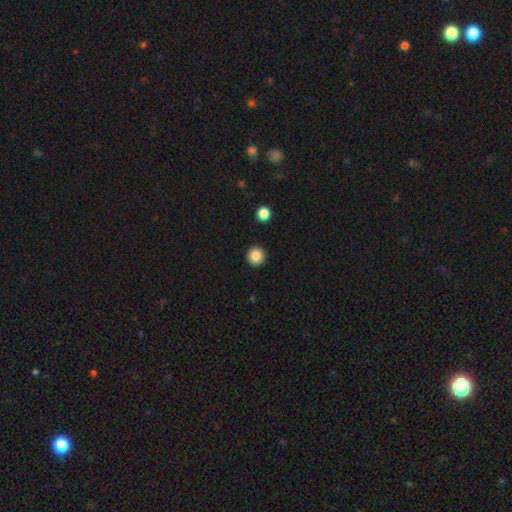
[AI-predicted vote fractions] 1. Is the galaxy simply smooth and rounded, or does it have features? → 86% smooth, 9% star or artifact, 5% featured or disk.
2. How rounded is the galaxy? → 96% round, 3% in between, 1% cigar-shaped.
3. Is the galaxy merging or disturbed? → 93% none, 4% minor disturbance, 1% major disturbance, 1% merger.